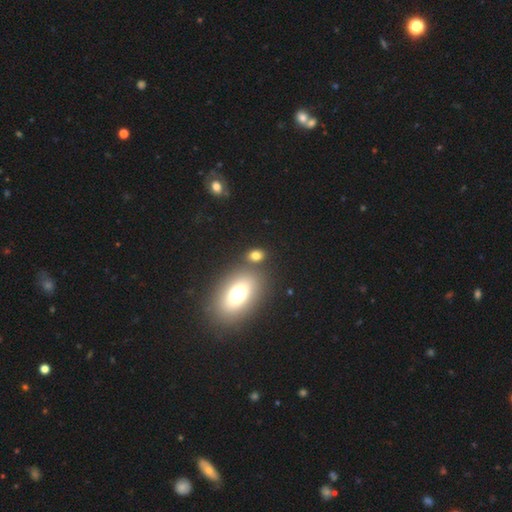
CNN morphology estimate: Smooth or featured? smooth (73%)
How rounded? in between (67%)
Merging? none (69%)